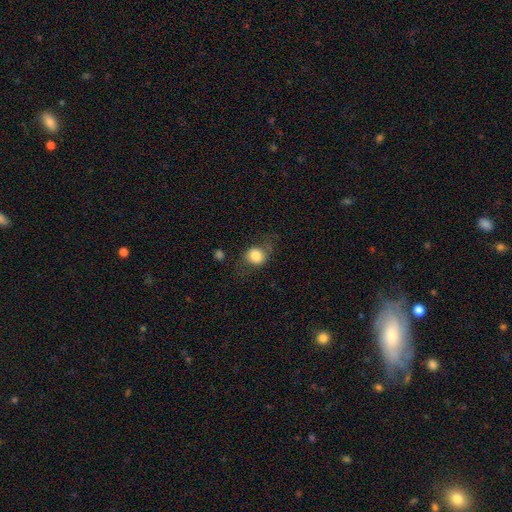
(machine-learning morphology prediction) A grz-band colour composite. It shows a smooth galaxy with no disk features (75%) that is round (70%). Merging: none (65%).